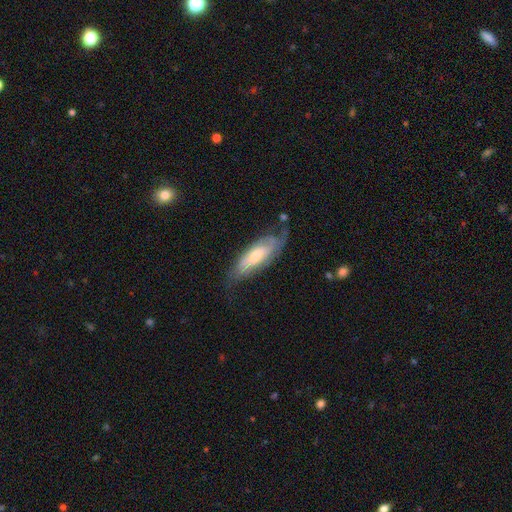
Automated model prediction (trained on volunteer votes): smooth_or_featured: featured or disk (p=0.56) [alt: smooth p=0.38]
disk_edge_on: no (p=0.75) [alt: yes p=0.25]
merging: none (p=0.53) [alt: minor disturbance p=0.29]